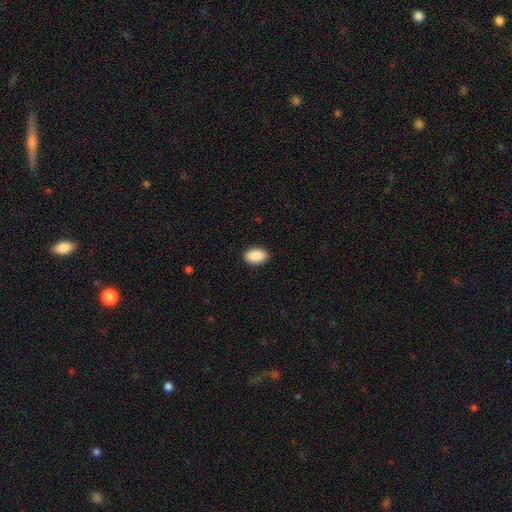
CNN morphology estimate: A smooth galaxy with no disk features (90%) that is in between round and cigar-shaped (91%). Merging: none (89%).